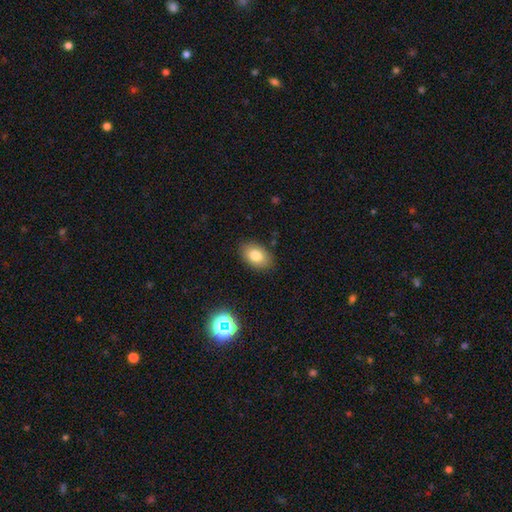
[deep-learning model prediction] A smooth galaxy with no disk features (81%) that is in between round and cigar-shaped (85%).

Vote fractions:
- Smooth or featured? smooth: 81% / featured or disk: 10% / star or artifact: 9%
- How rounded? in between: 85% / round: 14% / cigar-shaped: 1%
- Merging? none: 86% / minor disturbance: 10% / major disturbance: 2% / merger: 1%